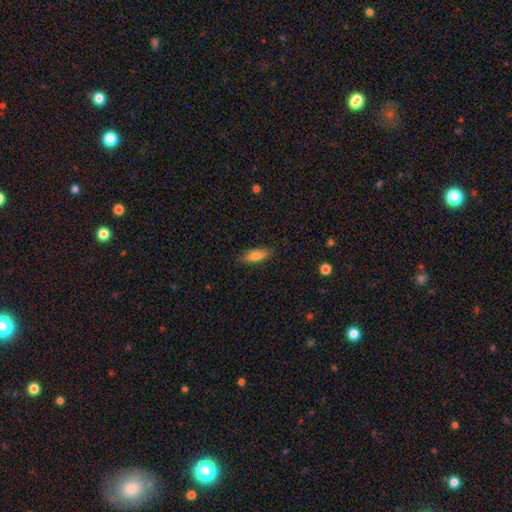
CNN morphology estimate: smooth_or_featured: smooth (p=0.78) [alt: featured or disk p=0.15]
how_rounded: in between (p=0.64) [alt: cigar-shaped p=0.34]
merging: none (p=0.84) [alt: minor disturbance p=0.12]